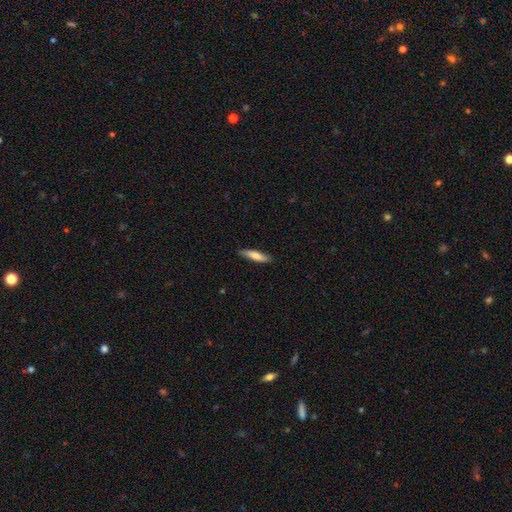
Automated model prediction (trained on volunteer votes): A smooth galaxy with no disk features (77%) that is cigar-shaped (76%). Merging: none (83%).